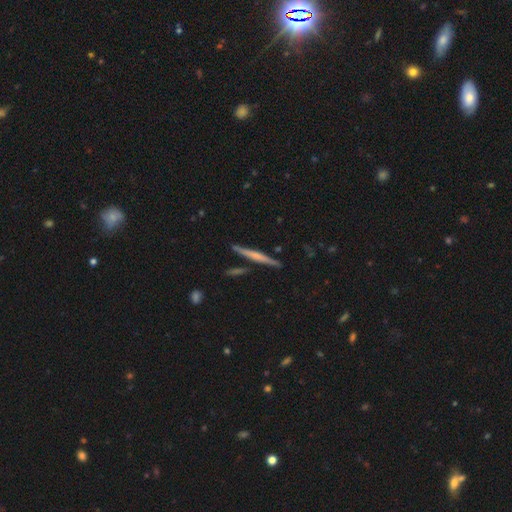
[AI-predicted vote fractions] This is likely a featured or disk galaxy (61%). It is clearly viewed edge-on (98%). Edge-on bulge: marginally none (45%). Merging: clearly none (89%).